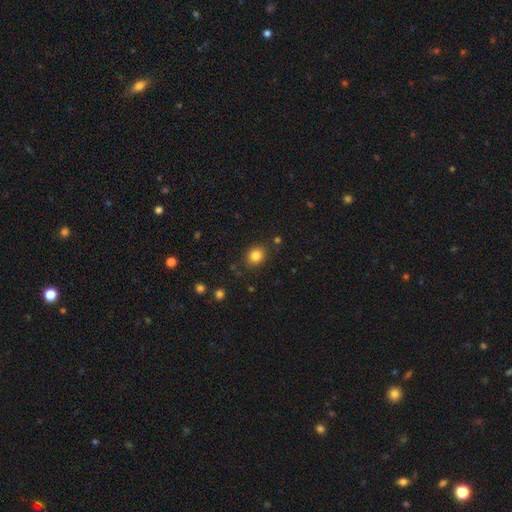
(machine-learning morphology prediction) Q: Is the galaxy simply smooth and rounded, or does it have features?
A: smooth — 83%.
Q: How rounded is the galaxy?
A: round — 66%.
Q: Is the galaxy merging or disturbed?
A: none — 85%.